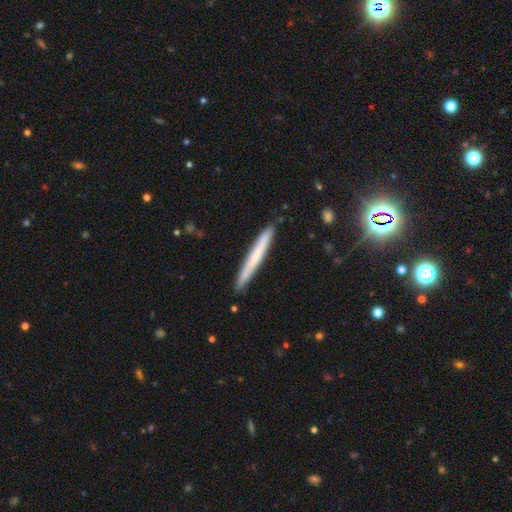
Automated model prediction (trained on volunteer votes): Morphology: type=smooth (59%); roundness=cigar-shaped (97%); merging=none (90%).